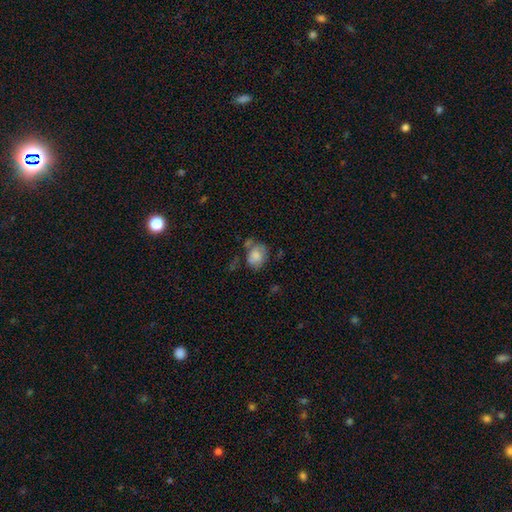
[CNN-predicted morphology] smooth-or-featured: smooth: 68% | featured or disk: 23% | star or artifact: 9%
  how-rounded: in between: 50% | round: 49% | cigar-shaped: 1%
  merging: none: 40% | minor disturbance: 27% | major disturbance: 16% | merger: 16%